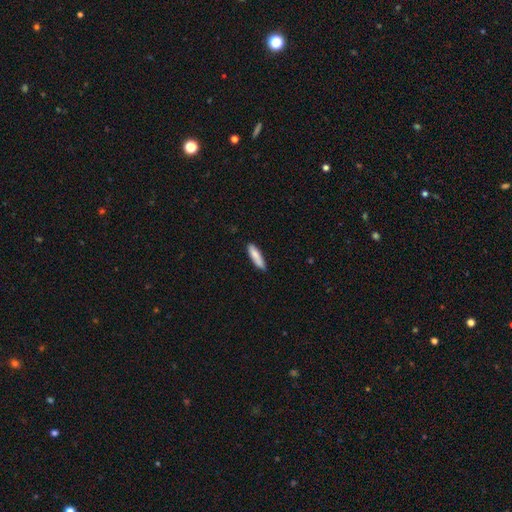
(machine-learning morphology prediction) A smooth galaxy with no disk features (80%) that is cigar-shaped (75%).

Vote fractions:
- Smooth or featured? smooth: 80% / featured or disk: 14% / star or artifact: 6%
- How rounded? cigar-shaped: 75% / in between: 24% / round: 1%
- Merging? none: 82% / minor disturbance: 14% / major disturbance: 2% / merger: 1%